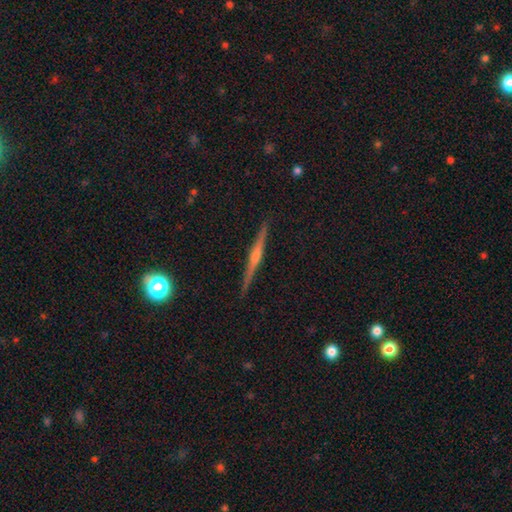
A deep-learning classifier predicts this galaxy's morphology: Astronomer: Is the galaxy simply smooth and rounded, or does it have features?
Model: featured or disk — 80%.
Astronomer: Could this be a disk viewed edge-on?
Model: yes — 98%.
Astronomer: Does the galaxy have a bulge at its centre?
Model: rounded — 81%.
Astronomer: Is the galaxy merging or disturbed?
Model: none — 92%.